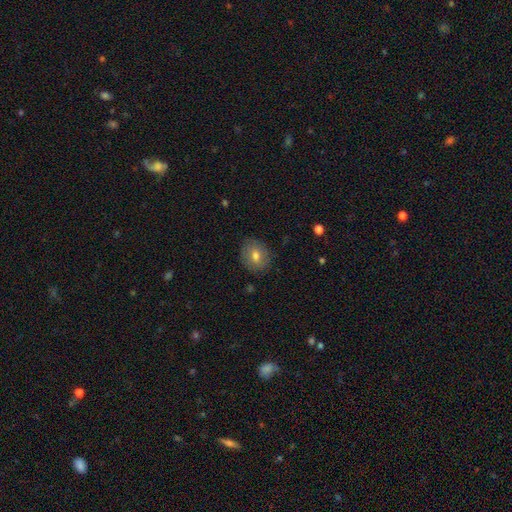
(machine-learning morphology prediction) This appears to be a smooth galaxy with no disk features (70%) that is round (59%). Merging: none (84%).